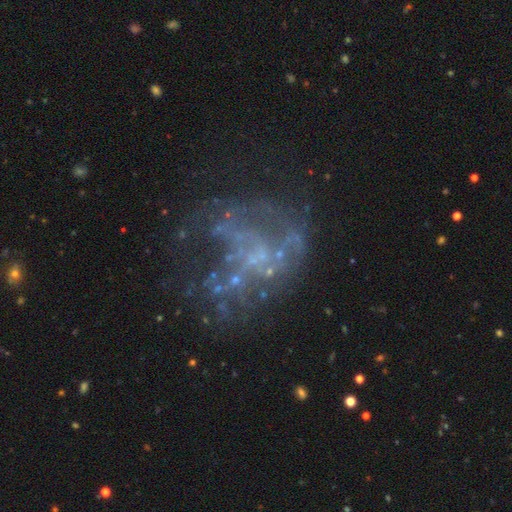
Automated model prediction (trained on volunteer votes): The model was most divided on "merging": none: 47%, major disturbance: 32%, minor disturbance: 15%, merger: 7%. More confident: edge-on disk — no (98%); bar — no (89%); spiral arms — no (84%); bulge size — none (78%); smooth or featured — featured or disk (66%).